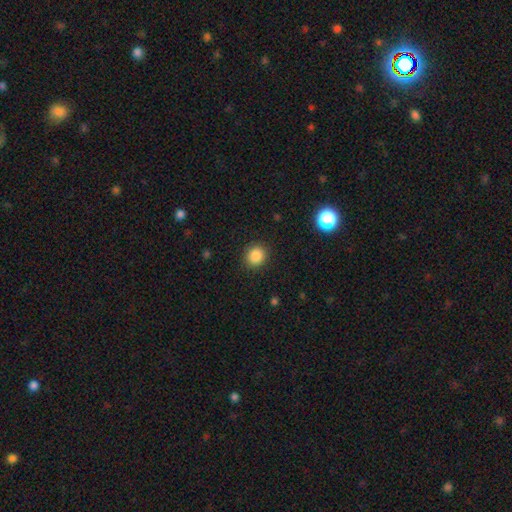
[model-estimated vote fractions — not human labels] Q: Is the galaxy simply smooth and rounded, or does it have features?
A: smooth — 86%.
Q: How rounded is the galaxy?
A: round — 86%.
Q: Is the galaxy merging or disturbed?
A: none — 90%.